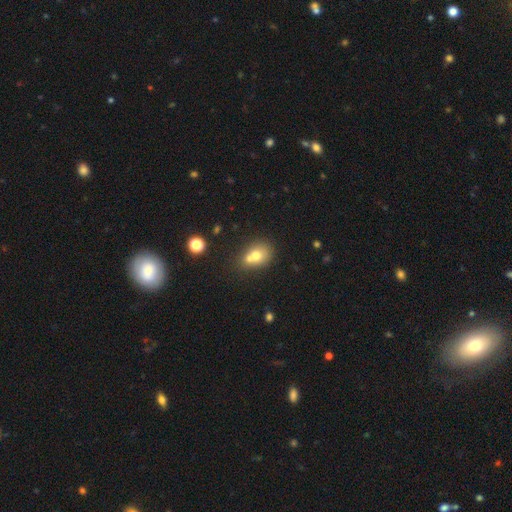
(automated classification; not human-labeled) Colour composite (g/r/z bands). It shows a smooth galaxy with no disk features (68%) that is round (54%). Merging: merger (50%).